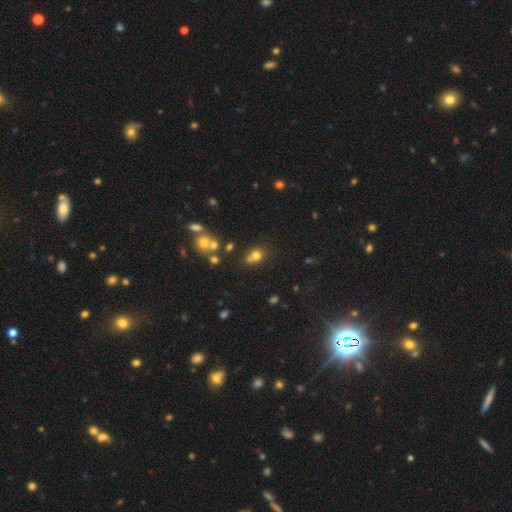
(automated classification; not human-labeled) Morphology: type=smooth (70%); roundness=round (75%); merging=none (55%).